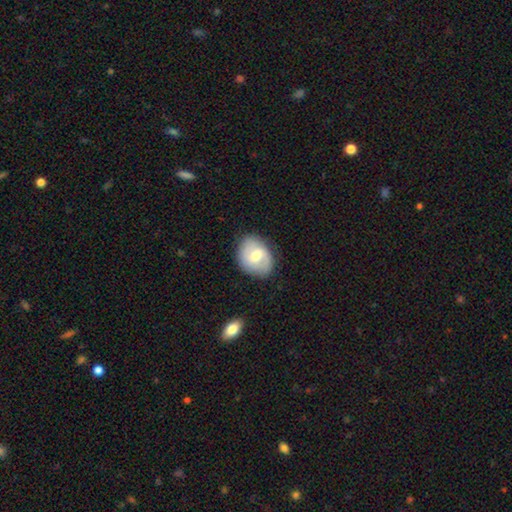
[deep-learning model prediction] A smooth galaxy with no disk features (53%) that is in between round and cigar-shaped (58%). Merging: none (76%).